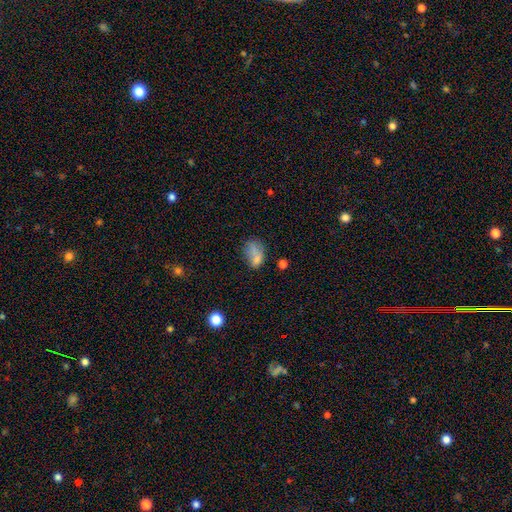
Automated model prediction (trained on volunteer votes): smooth-or-featured: smooth: 70% | featured or disk: 18% | star or artifact: 12%
  how-rounded: in between: 79% | round: 19% | cigar-shaped: 2%
  merging: none: 38% | minor disturbance: 24% | major disturbance: 19% | merger: 18%